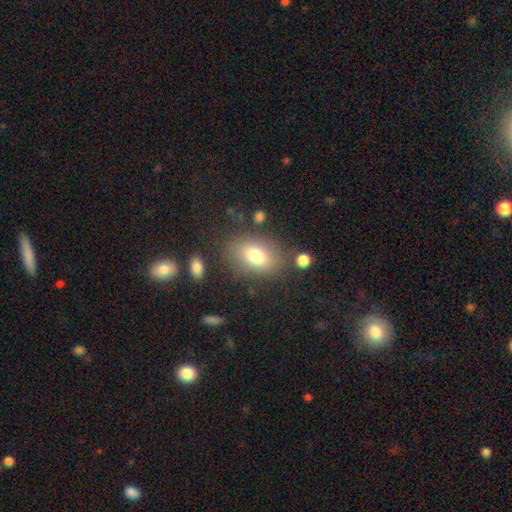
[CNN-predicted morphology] This is likely a smooth galaxy (75%). How rounded: likely in between (79%). Merging: likely none (75%).